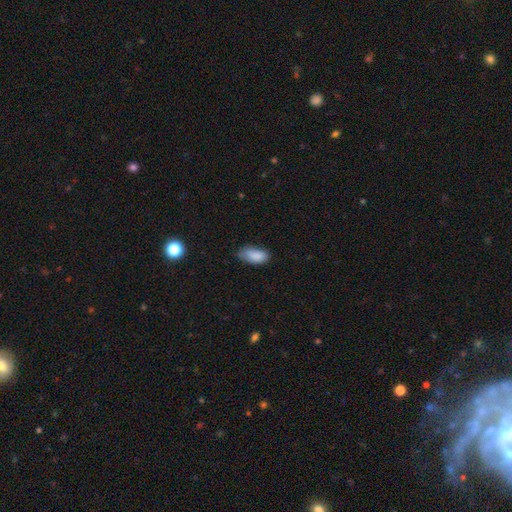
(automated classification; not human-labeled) The model was most divided on "merging": none: 58%, minor disturbance: 34%, major disturbance: 7%, merger: 2%. More confident: how rounded — in between (91%); smooth or featured — smooth (86%).